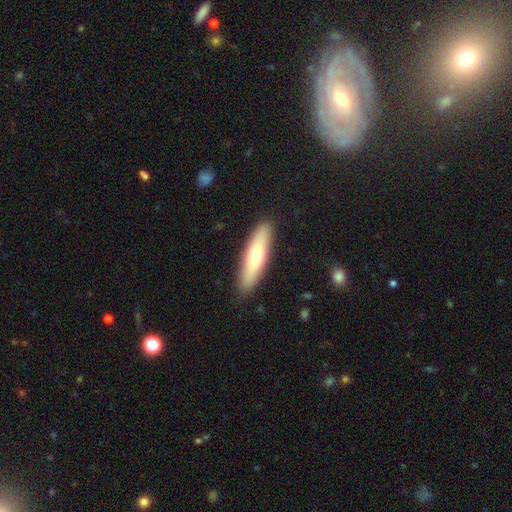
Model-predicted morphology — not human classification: smooth 63%, featured or disk 32%, star or artifact 6%. Down the decision tree: how rounded — cigar-shaped (70%); merging — none (89%).